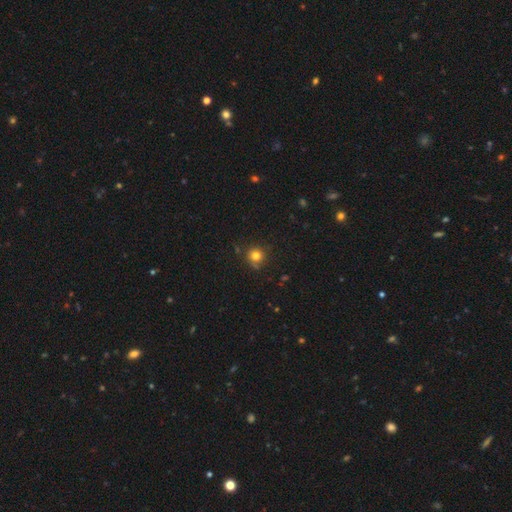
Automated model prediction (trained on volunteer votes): Smooth or featured? smooth (79%)
How rounded? round (91%)
Merging? none (77%)